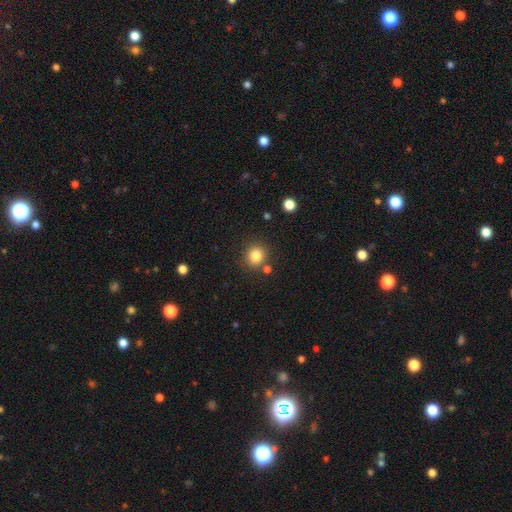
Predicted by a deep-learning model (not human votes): smooth 83%, star or artifact 11%, featured or disk 6%. Down the decision tree: how rounded — round (87%); merging — none (82%).